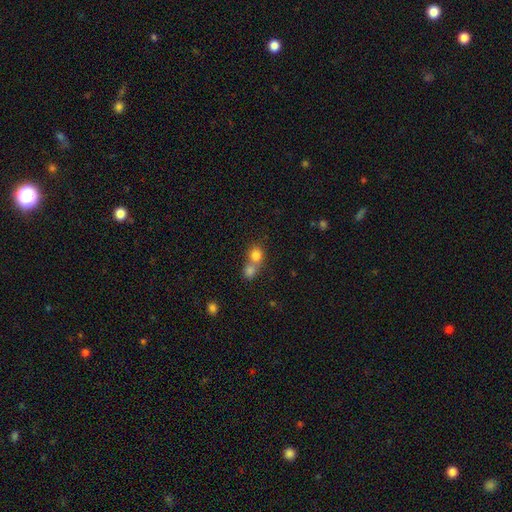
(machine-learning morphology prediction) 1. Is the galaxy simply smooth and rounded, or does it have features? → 78% smooth, 12% star or artifact, 10% featured or disk.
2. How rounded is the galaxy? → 78% round, 21% in between, 1% cigar-shaped.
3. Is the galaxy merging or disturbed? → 58% merger, 33% none, 5% minor disturbance, 3% major disturbance.